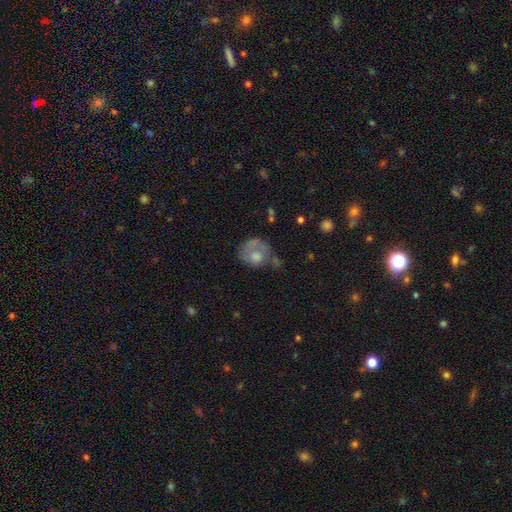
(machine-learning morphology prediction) Q: Smooth or featured?
A: smooth (57%); runner-up: featured or disk (32%)
Q: How rounded?
A: round (64%); runner-up: in between (35%)
Q: Merging?
A: none (35%); runner-up: major disturbance (32%)